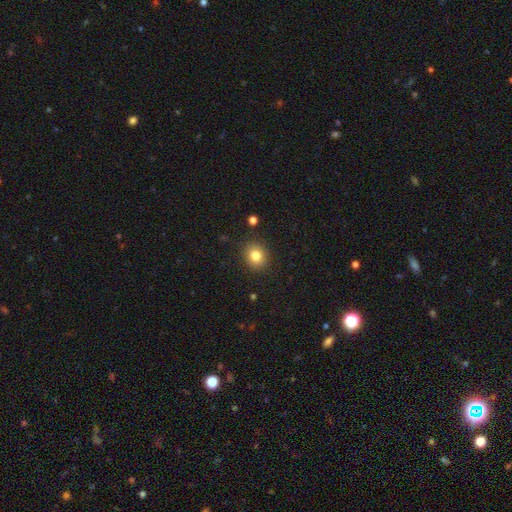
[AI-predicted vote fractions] smooth_or_featured: smooth (p=0.82) [alt: star or artifact p=0.11]
how_rounded: round (p=0.76) [alt: in between p=0.23]
merging: none (p=0.89) [alt: minor disturbance p=0.07]